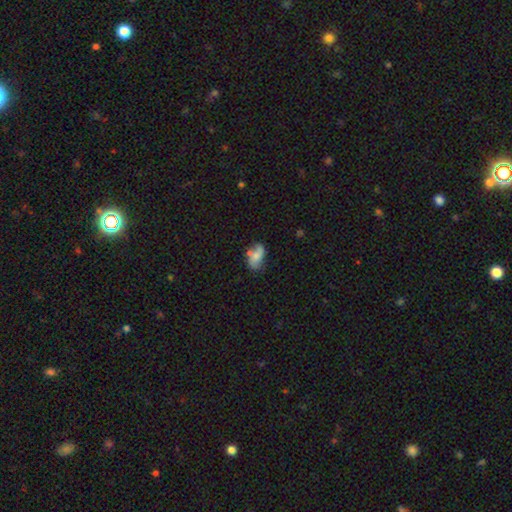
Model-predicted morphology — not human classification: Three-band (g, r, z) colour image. It shows a smooth galaxy with no disk features (54%) that is in between round and cigar-shaped (88%). Merging: none (44%).